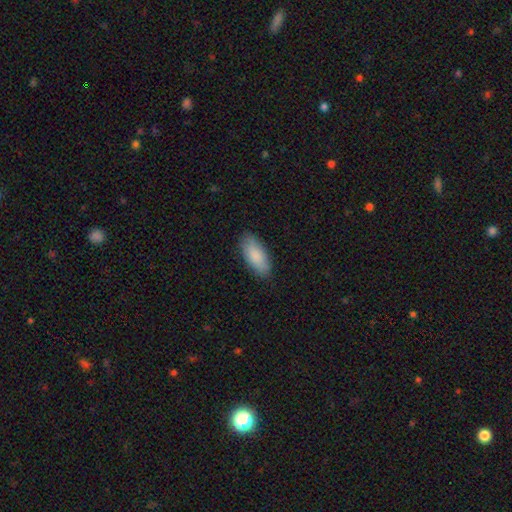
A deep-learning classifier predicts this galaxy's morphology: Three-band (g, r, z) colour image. It shows a smooth galaxy with no disk features (87%) that is in between round and cigar-shaped (87%). Merging: none (85%).